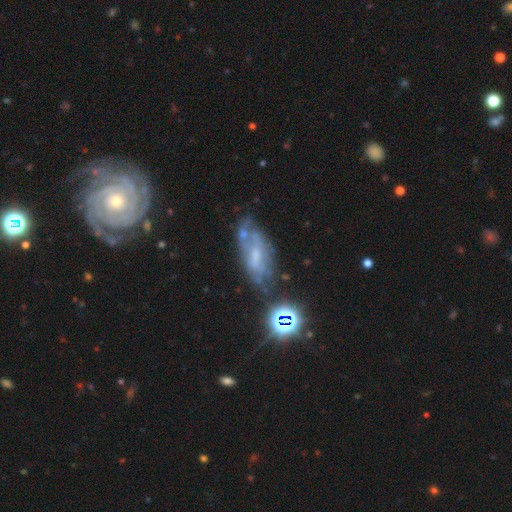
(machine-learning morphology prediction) Q: Smooth or featured?
A: featured or disk (58%); runner-up: smooth (26%)
Q: Edge-on disk?
A: no (87%); runner-up: yes (13%)
Q: Bar?
A: no (51%); runner-up: weak (38%)
Q: Spiral arms?
A: yes (56%); runner-up: no (44%)
Q: Bulge size?
A: small (48%); runner-up: moderate (28%)
Q: Merging?
A: none (51%); runner-up: minor disturbance (25%)